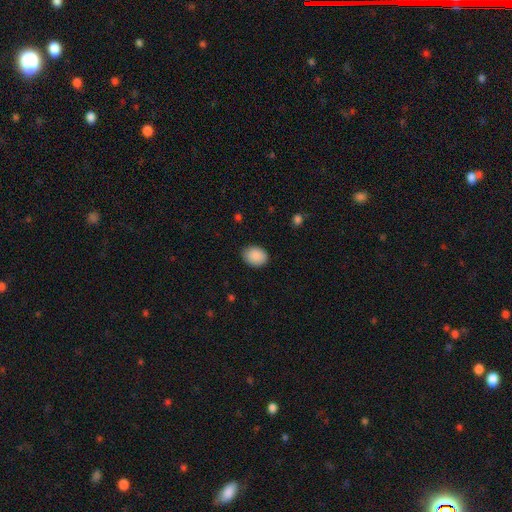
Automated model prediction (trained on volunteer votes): Smooth or featured: smooth — 90% (star or artifact — 7%)
How rounded: in between — 59% (round — 40%)
Merging: none — 84% (minor disturbance — 12%)